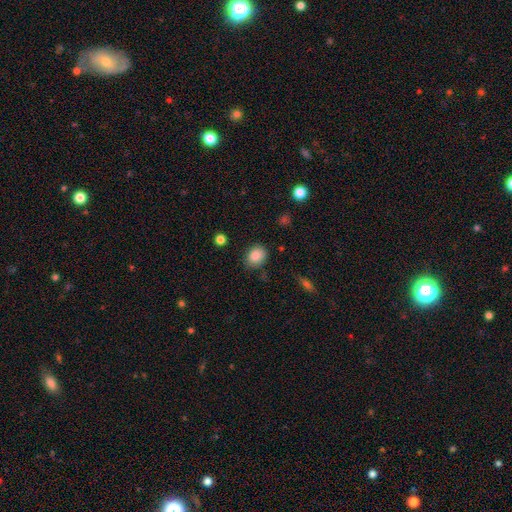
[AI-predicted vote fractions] Smooth or featured? smooth (87%)
How rounded? round (52%)
Merging? none (78%)